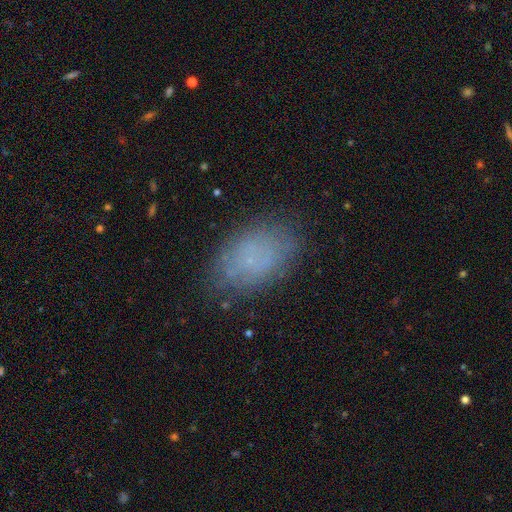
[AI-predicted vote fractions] smooth-or-featured: smooth: 68% | featured or disk: 19% | star or artifact: 13%
  how-rounded: in between: 88% | round: 11% | cigar-shaped: 2%
  merging: none: 80% | minor disturbance: 14% | major disturbance: 5% | merger: 1%